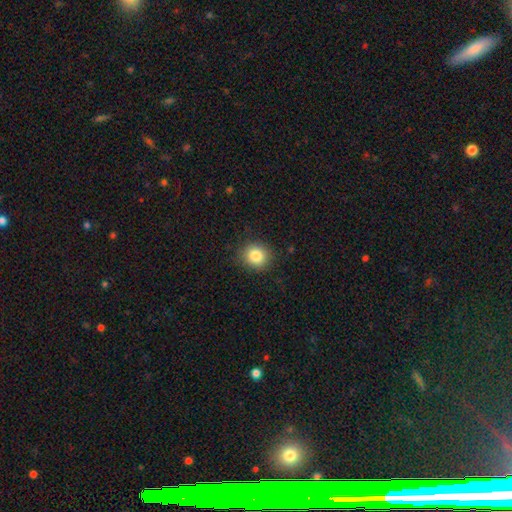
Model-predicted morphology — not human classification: type=smooth (84%); roundness=round (82%); merging=none (87%).